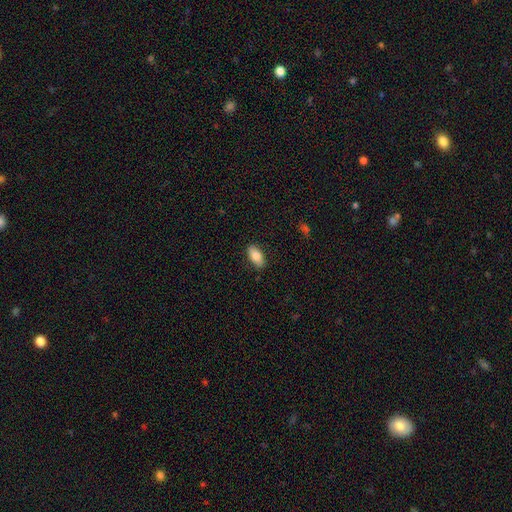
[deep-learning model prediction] smooth 82%, featured or disk 12%, star or artifact 7%. Down the decision tree: how rounded — in between (88%); merging — none (86%).